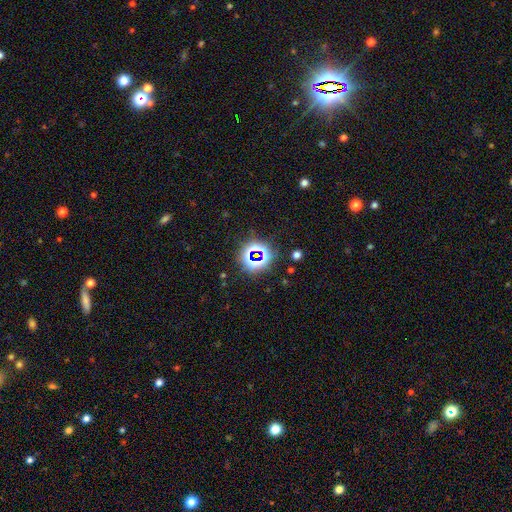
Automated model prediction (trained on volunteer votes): Overall: star or artifact (73%).